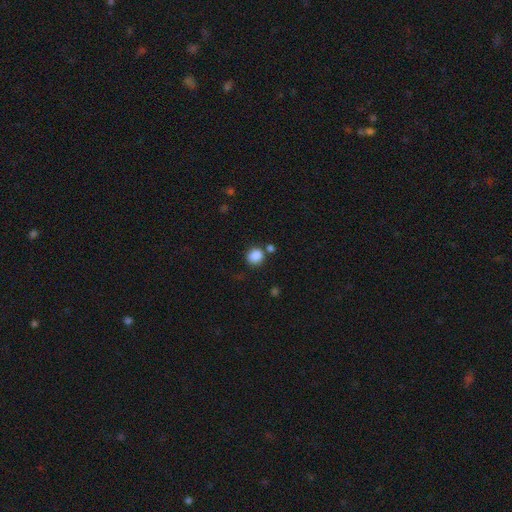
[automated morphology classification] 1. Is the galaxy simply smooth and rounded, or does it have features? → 86% smooth, 10% star or artifact, 4% featured or disk.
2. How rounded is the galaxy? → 85% round, 14% in between, 1% cigar-shaped.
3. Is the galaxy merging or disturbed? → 74% none, 12% merger, 11% minor disturbance, 3% major disturbance.